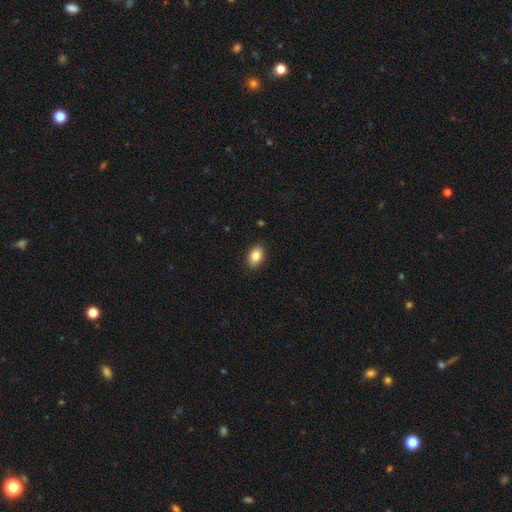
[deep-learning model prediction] The model was most divided on "how rounded": in between: 87%, round: 11%, cigar-shaped: 1%. More confident: merging — none (89%); smooth or featured — smooth (85%).